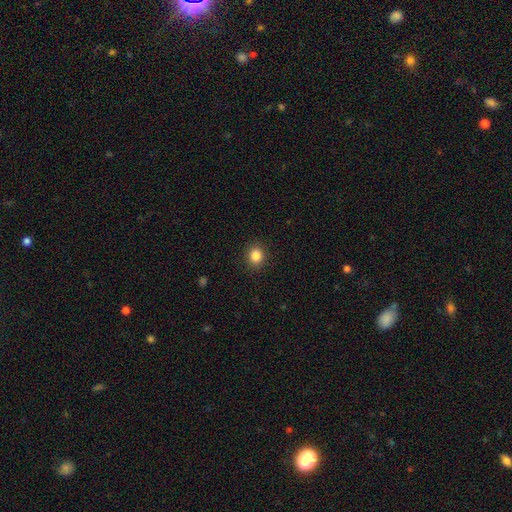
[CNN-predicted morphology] Smooth or featured? smooth (85%)
How rounded? round (78%)
Merging? none (90%)